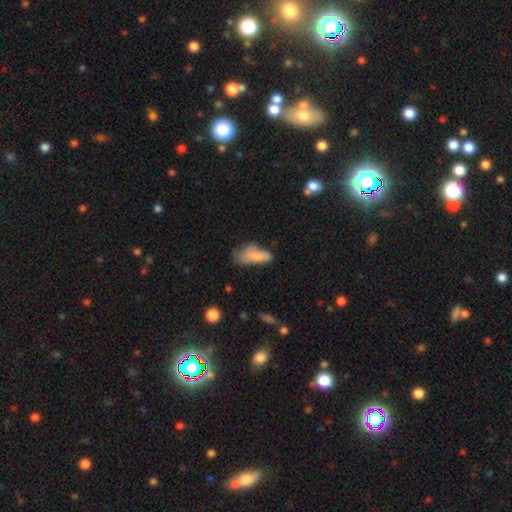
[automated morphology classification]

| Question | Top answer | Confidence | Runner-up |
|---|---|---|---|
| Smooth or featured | smooth | 76% | featured or disk (15%) |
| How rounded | in between | 78% | cigar-shaped (19%) |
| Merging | minor disturbance | 34% | none (31%) |